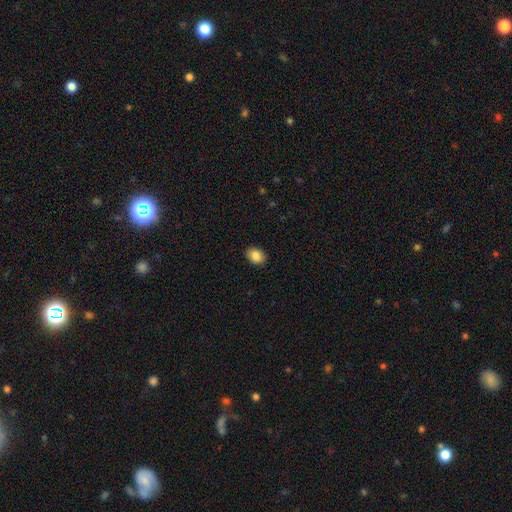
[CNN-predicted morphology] A smooth galaxy with no disk features (87%) that is in between round and cigar-shaped (71%). Merging: none (90%).